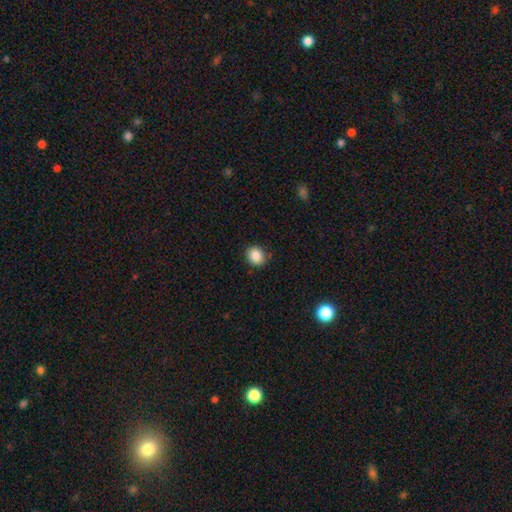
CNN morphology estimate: A smooth galaxy with no disk features (87%) that is round (69%). Merging: none (87%).